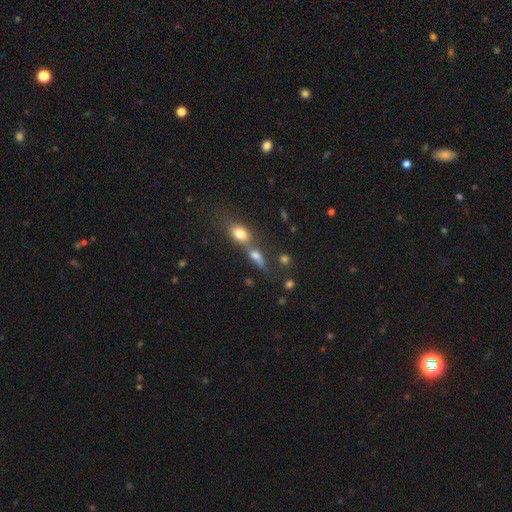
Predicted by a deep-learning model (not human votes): smooth 64%, featured or disk 22%, star or artifact 14%. Down the decision tree: how rounded — in between (56%); merging — none (42%, tied with merger).